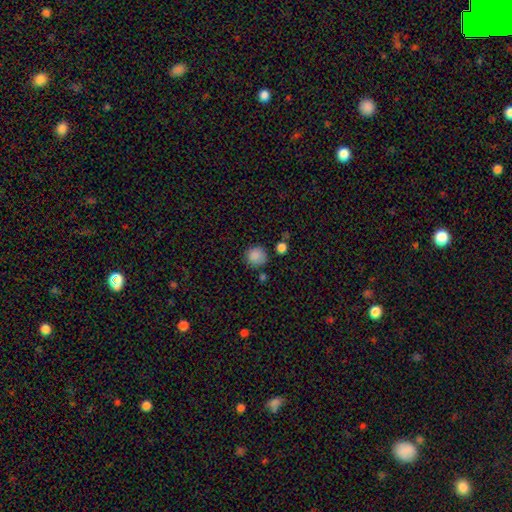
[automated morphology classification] The model was most divided on "merging": none: 79%, minor disturbance: 12%, merger: 5%, major disturbance: 4%. More confident: how rounded — round (91%); smooth or featured — smooth (87%).